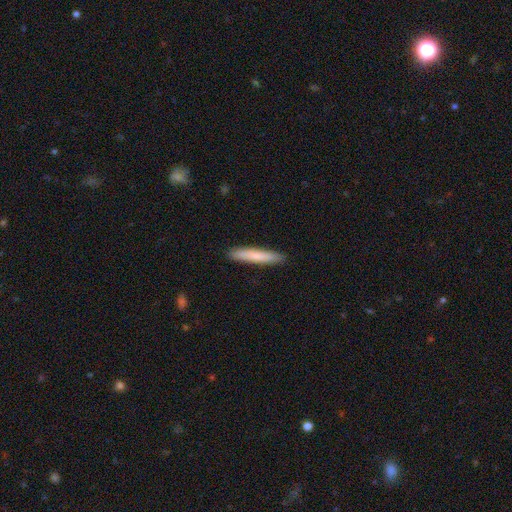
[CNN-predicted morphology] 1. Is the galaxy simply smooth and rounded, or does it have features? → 78% smooth, 17% featured or disk, 5% star or artifact.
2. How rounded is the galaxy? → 93% cigar-shaped, 6% in between, 1% round.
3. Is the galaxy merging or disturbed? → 91% none, 7% minor disturbance, 1% major disturbance, 1% merger.